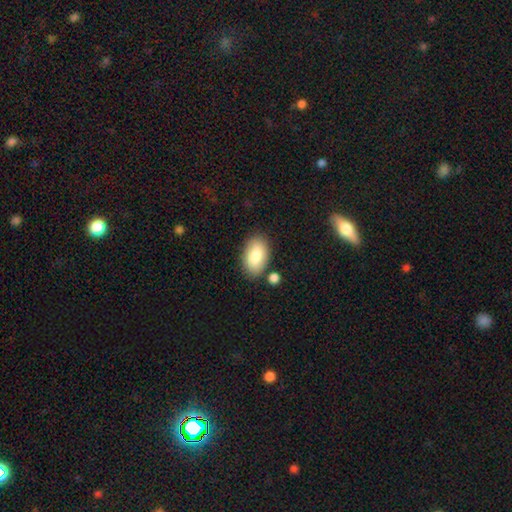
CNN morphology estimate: smooth 83%, featured or disk 11%, star or artifact 7%. Down the decision tree: how rounded — in between (93%); merging — none (80%).